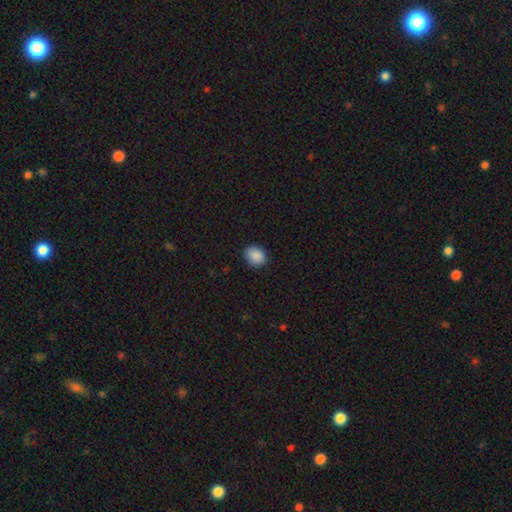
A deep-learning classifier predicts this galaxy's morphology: Overall: smooth (89%). How rounded: in between (52%; round 47%). Merging: none (88%).